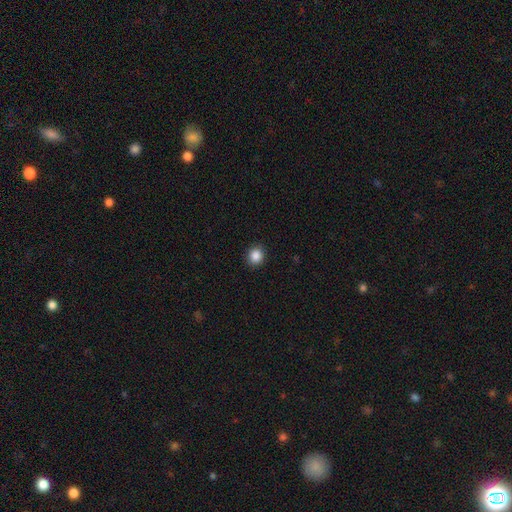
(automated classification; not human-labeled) smooth-or-featured: smooth: 87% | star or artifact: 10% | featured or disk: 3%
  how-rounded: round: 83% | in between: 16% | cigar-shaped: 1%
  merging: none: 91% | minor disturbance: 6% | major disturbance: 2% | merger: 1%